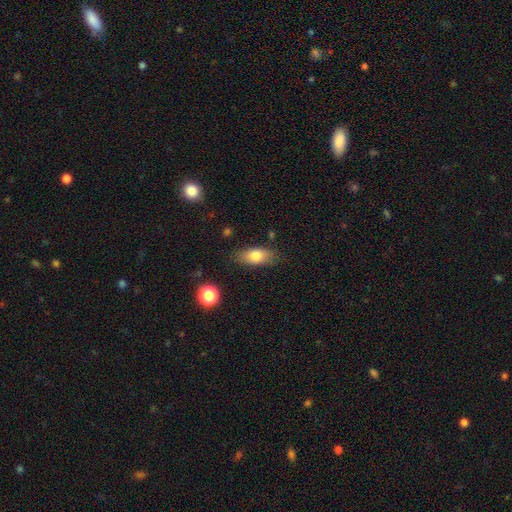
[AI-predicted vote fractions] Q: Smooth or featured?
A: smooth (76%); runner-up: featured or disk (16%)
Q: How rounded?
A: in between (81%); runner-up: cigar-shaped (14%)
Q: Merging?
A: none (81%); runner-up: minor disturbance (13%)